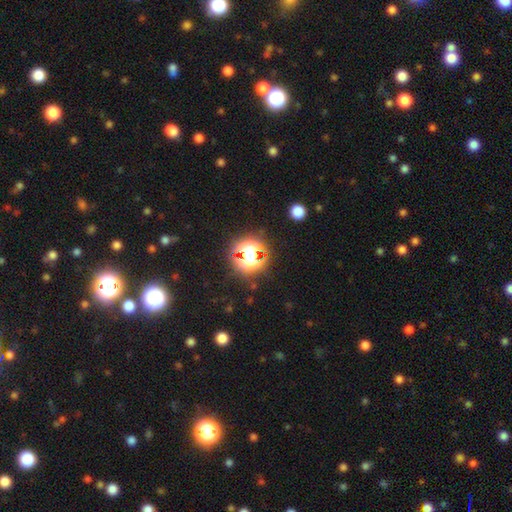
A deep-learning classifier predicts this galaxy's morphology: A star or artifact, not a galaxy (47%).

Vote fractions:
- Smooth or featured? star or artifact: 47% / smooth: 39% / featured or disk: 14%